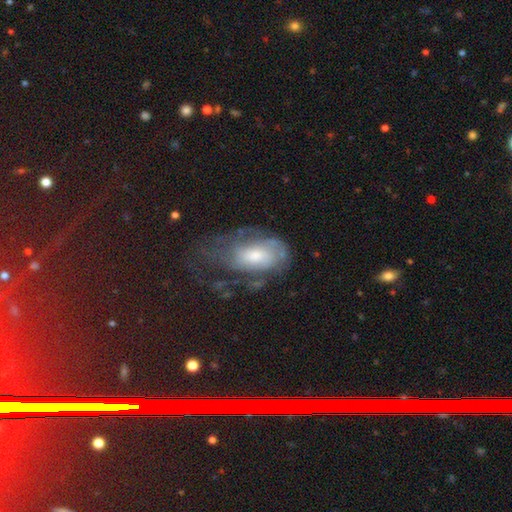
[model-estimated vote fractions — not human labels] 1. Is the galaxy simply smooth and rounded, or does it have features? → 63% featured or disk, 29% smooth, 8% star or artifact.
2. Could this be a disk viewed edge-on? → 94% no, 6% yes.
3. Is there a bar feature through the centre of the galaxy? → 68% no, 27% weak, 5% strong.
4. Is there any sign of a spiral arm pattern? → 73% yes, 27% no.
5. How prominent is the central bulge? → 50% moderate, 29% small, 16% large, 3% none, 2% dominant.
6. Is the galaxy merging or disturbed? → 37% none, 34% major disturbance, 26% minor disturbance, 3% merger.